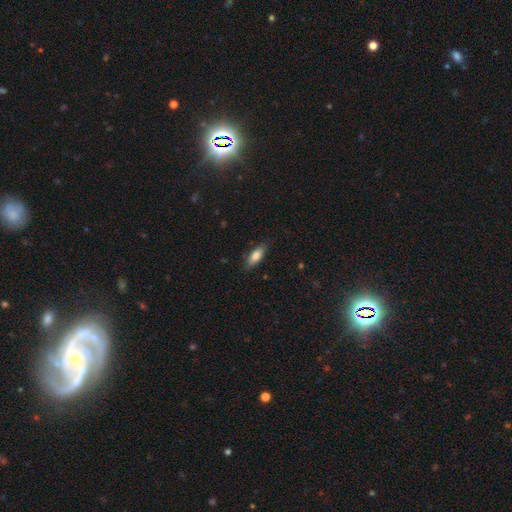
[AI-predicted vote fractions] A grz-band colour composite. It shows a smooth galaxy with no disk features (81%) that is in between round and cigar-shaped (75%). Merging: none (83%).